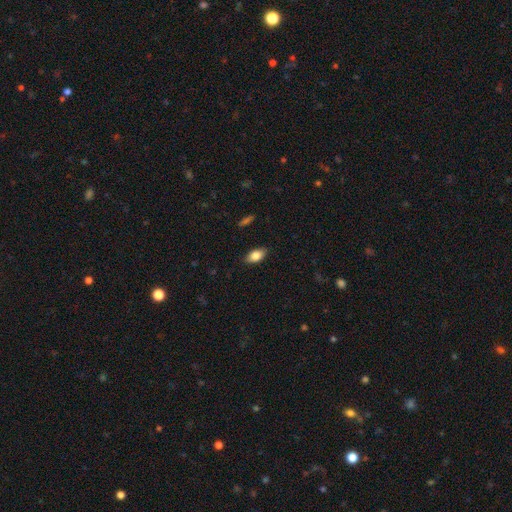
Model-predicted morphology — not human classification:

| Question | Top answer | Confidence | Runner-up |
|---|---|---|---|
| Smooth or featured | smooth | 83% | featured or disk (10%) |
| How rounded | in between | 90% | round (5%) |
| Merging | none | 86% | minor disturbance (11%) |